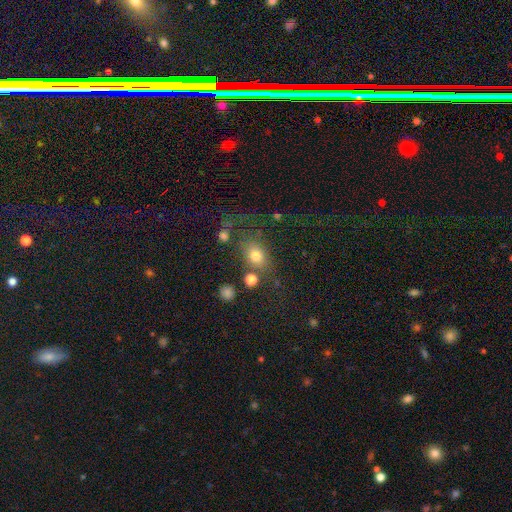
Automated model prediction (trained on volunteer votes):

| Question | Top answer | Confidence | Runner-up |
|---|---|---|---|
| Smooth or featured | smooth | 75% | star or artifact (14%) |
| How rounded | in between | 59% | round (38%) |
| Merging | none | 60% | minor disturbance (16%) |